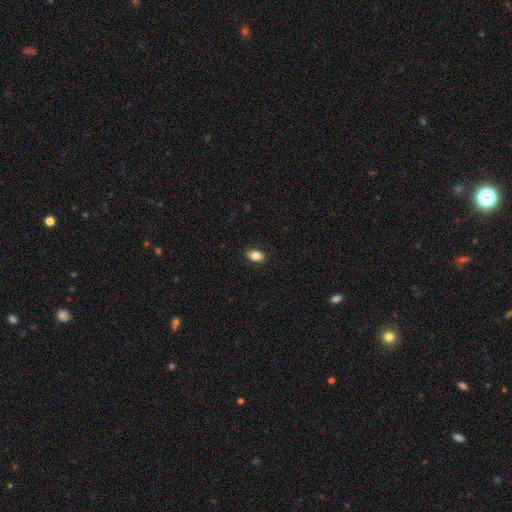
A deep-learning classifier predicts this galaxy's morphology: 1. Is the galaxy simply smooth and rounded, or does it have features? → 85% smooth, 8% star or artifact, 7% featured or disk.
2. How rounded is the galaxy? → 87% in between, 11% round, 2% cigar-shaped.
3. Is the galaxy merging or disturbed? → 88% none, 10% minor disturbance, 2% major disturbance, 1% merger.